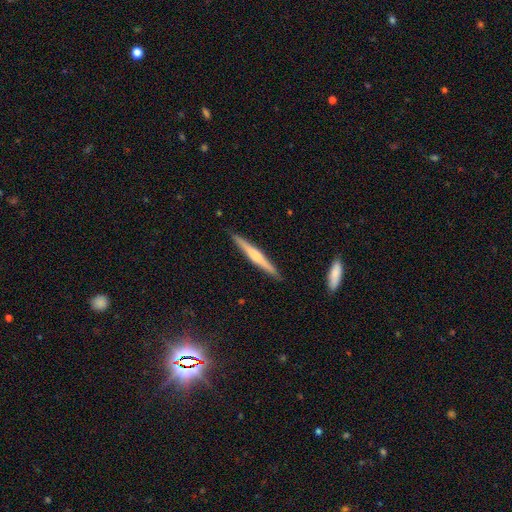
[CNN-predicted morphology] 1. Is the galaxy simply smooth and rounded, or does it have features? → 55% featured or disk, 39% smooth, 5% star or artifact.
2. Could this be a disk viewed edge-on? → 98% yes, 2% no.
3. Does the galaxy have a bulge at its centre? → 53% rounded, 29% none, 18% boxy.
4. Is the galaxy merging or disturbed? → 90% none, 7% minor disturbance, 1% major disturbance, 1% merger.